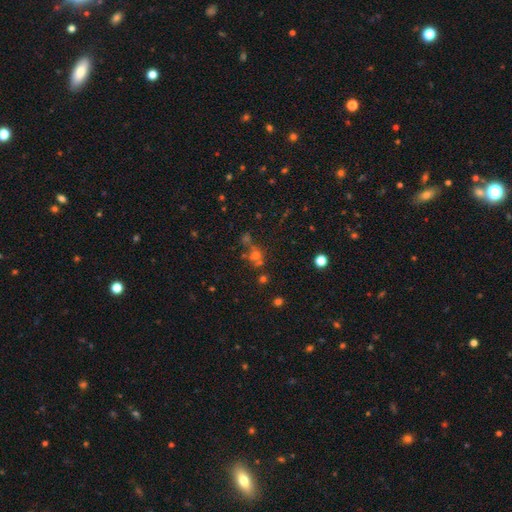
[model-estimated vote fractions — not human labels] smooth_or_featured: smooth (p=0.43) [alt: star or artifact p=0.40]
merging: none (p=0.53) [alt: merger p=0.30]